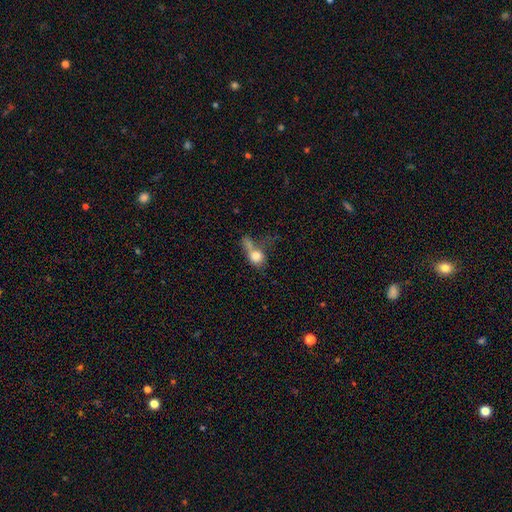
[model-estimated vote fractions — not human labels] smooth-or-featured: smooth: 71% | featured or disk: 18% | star or artifact: 11%
  how-rounded: round: 55% | in between: 39% | cigar-shaped: 6%
  merging: merger: 40% | major disturbance: 25% | none: 22% | minor disturbance: 13%